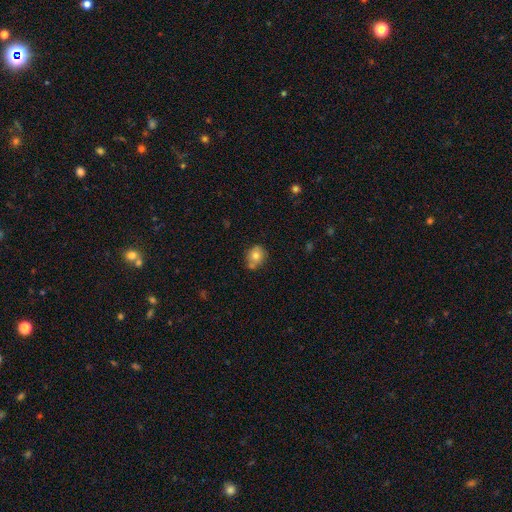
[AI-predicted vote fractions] smooth 78%, featured or disk 13%, star or artifact 10%. Down the decision tree: how rounded — round (63%); merging — none (60%).